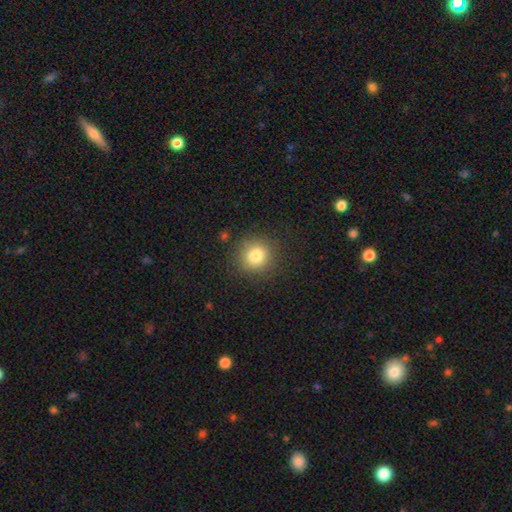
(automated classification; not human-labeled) Smooth or featured? smooth (81%)
How rounded? round (91%)
Merging? none (87%)